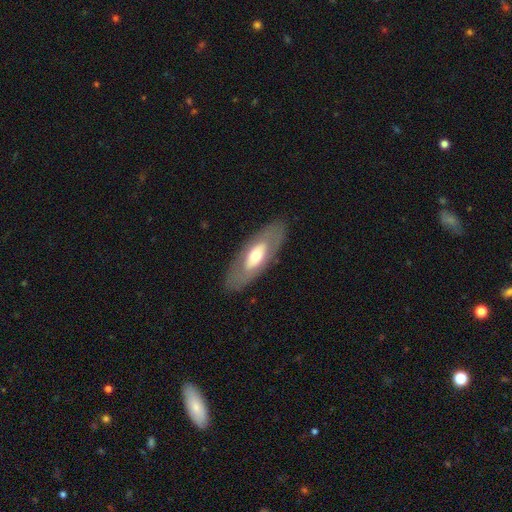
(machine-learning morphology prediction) Smooth or featured? featured or disk (49%)
Merging? none (83%)